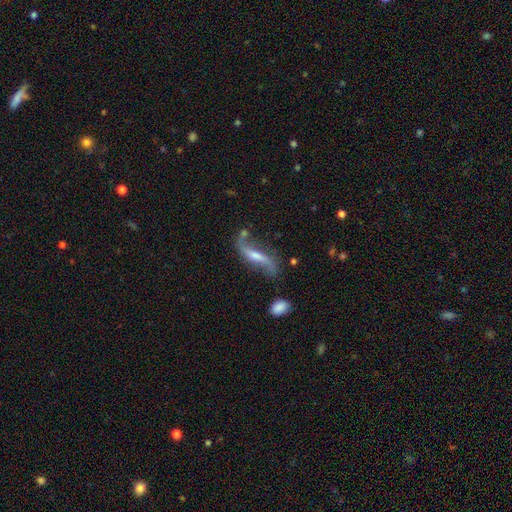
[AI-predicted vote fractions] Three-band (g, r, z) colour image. It shows a featured or disk galaxy (79%) with a weak bar (37%), 2 (90%) loose (90%) spiral arms (91%) and a moderate central bulge (43%). Merging: none (58%).